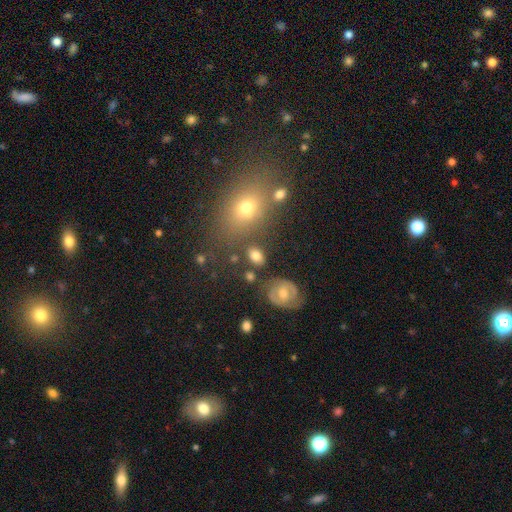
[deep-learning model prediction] Smooth or featured? smooth (79%)
How rounded? in between (77%)
Merging? none (74%)